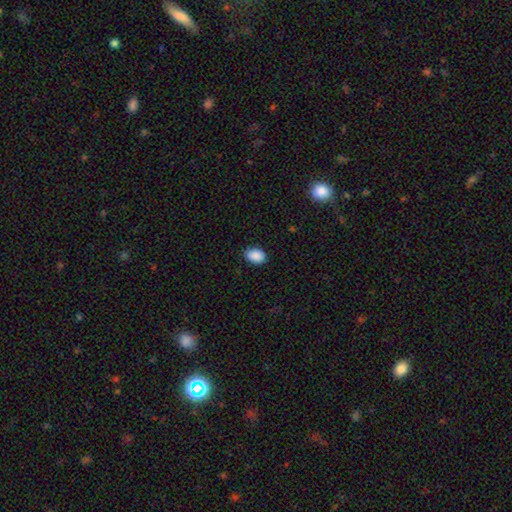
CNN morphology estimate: Smooth or featured?
  - smooth: 90% *
  - star or artifact: 7%
  - featured or disk: 3%
How rounded?
  - in between: 87% *
  - round: 12%
  - cigar-shaped: 1%
Merging?
  - none: 85% *
  - minor disturbance: 12%
  - major disturbance: 2%
  - merger: 1%